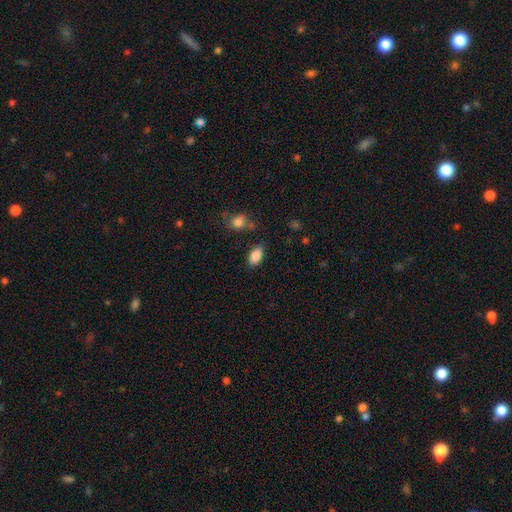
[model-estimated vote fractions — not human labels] smooth_or_featured: smooth (p=0.87) [alt: star or artifact p=0.07]
how_rounded: in between (p=0.92) [alt: round p=0.04]
merging: none (p=0.81) [alt: minor disturbance p=0.13]